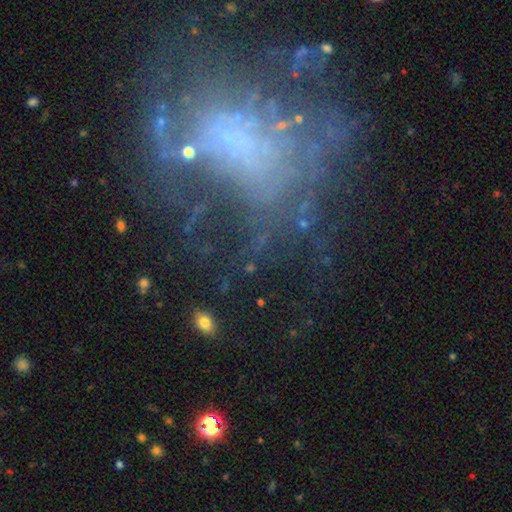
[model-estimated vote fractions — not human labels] Overall: featured or disk (63%). Edge-on disk: no (97%). Bar: no (76%). Spiral arms: no (55%; yes 45%). Bulge size: none (57%; small 22%). Merging: none (46%; major disturbance 32%).